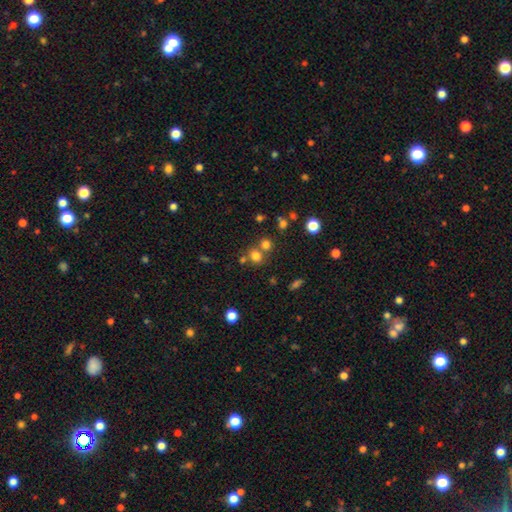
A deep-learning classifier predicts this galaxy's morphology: Smooth or featured? smooth (73%)
How rounded? round (79%)
Merging? none (56%)